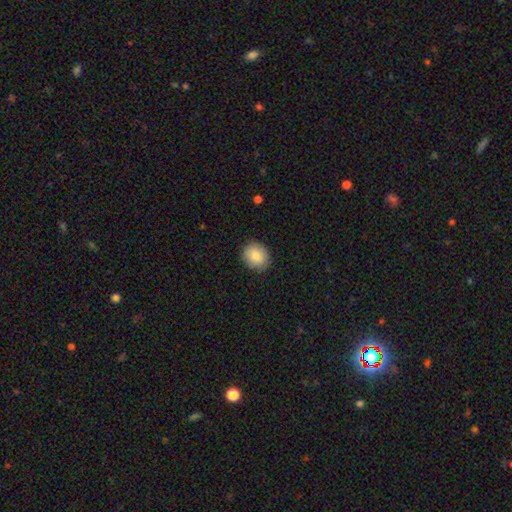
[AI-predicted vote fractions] Overall: smooth (85%). How rounded: round (62%; in between 37%). Merging: none (88%).